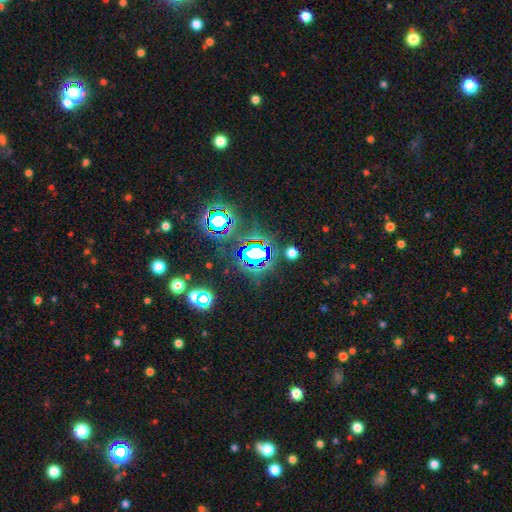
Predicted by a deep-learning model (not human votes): smooth-or-featured: star or artifact: 72% | smooth: 18% | featured or disk: 11%